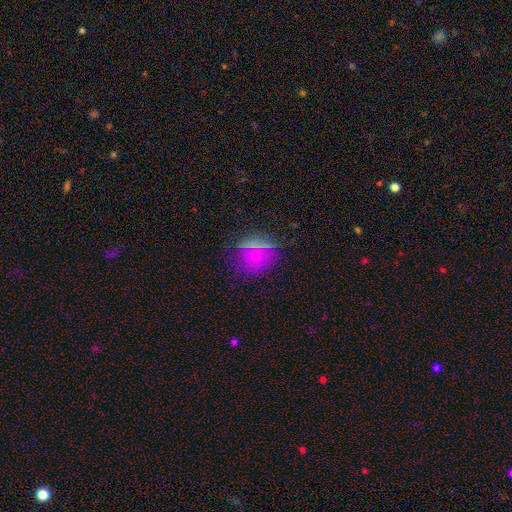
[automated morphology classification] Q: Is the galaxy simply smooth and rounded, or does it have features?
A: smooth — 64%.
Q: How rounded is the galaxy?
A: round — 87%.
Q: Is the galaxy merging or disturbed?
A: none — 75%.